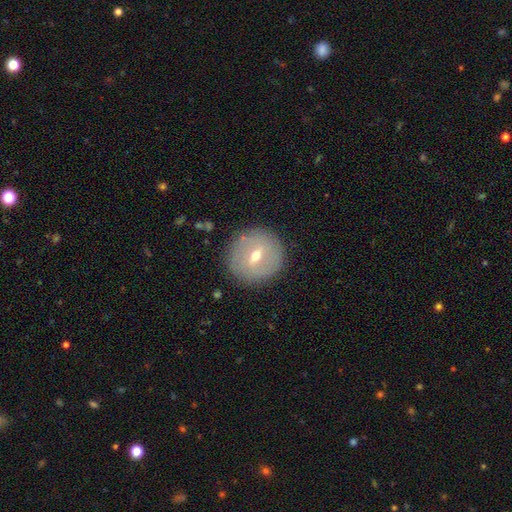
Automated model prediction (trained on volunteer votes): This appears to be a featured or disk galaxy (48%). Merging: none (87%).